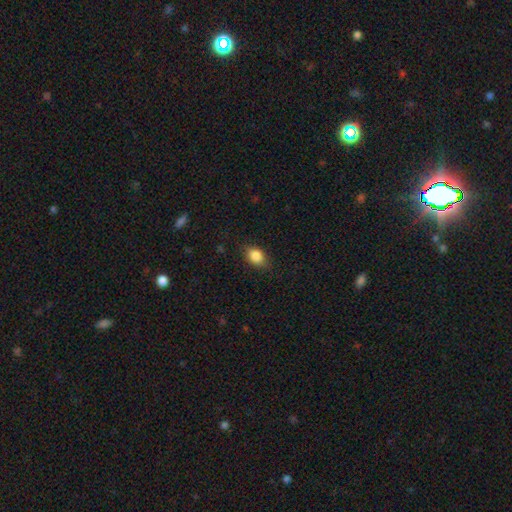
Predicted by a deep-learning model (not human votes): A smooth galaxy with no disk features (85%) that is in between round and cigar-shaped (69%).

Vote fractions:
- Smooth or featured? smooth: 85% / star or artifact: 9% / featured or disk: 6%
- How rounded? in between: 69% / round: 29% / cigar-shaped: 2%
- Merging? none: 79% / minor disturbance: 16% / major disturbance: 4% / merger: 1%